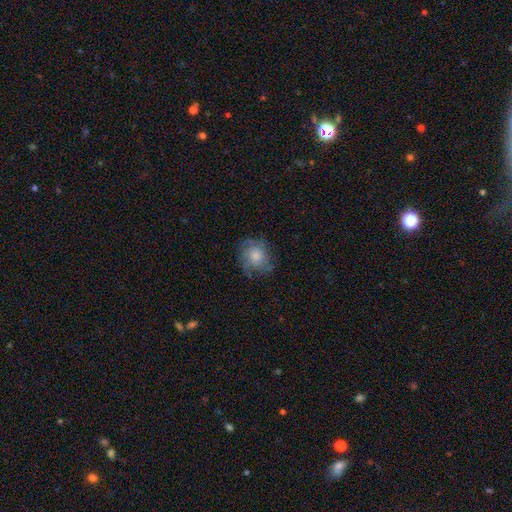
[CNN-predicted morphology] smooth-or-featured: featured or disk: 46% | smooth: 45% | star or artifact: 9%
  merging: none: 65% | minor disturbance: 22% | major disturbance: 12% | merger: 1%